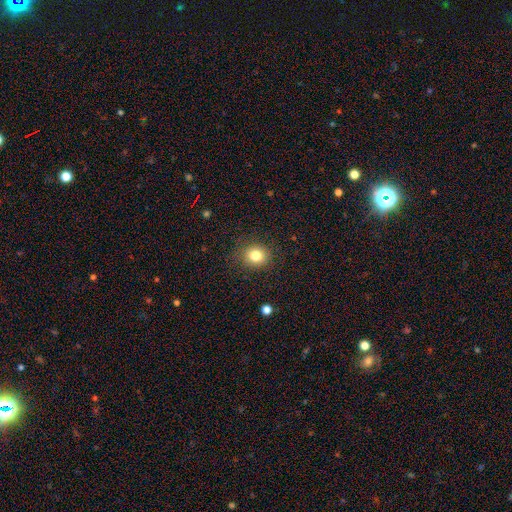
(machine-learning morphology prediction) This appears to be a smooth galaxy with no disk features (81%) that is round (78%). Merging: none (86%).